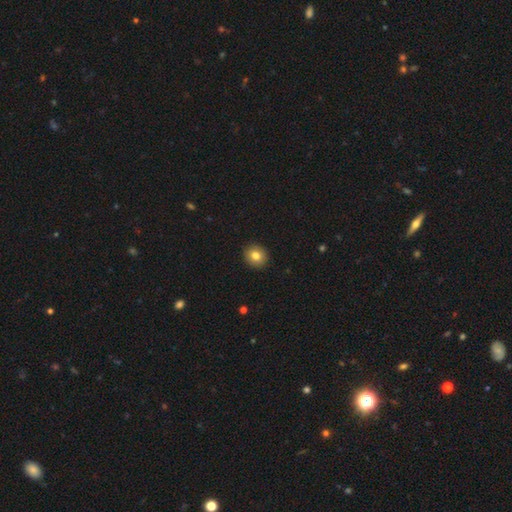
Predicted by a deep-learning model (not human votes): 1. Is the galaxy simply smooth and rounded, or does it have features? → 81% smooth, 10% star or artifact, 9% featured or disk.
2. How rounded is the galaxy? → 84% round, 15% in between, 1% cigar-shaped.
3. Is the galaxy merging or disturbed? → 92% none, 5% minor disturbance, 1% major disturbance, 1% merger.